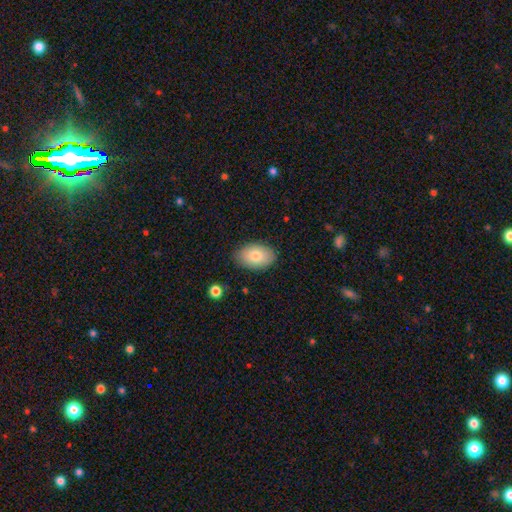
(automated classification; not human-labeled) smooth 80%, featured or disk 13%, star or artifact 7%. Down the decision tree: how rounded — in between (90%); merging — none (85%).